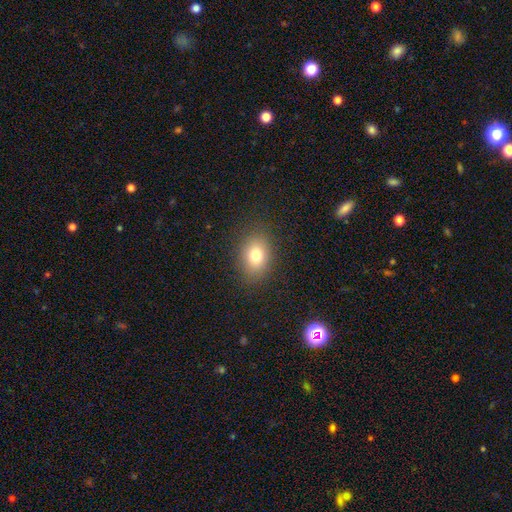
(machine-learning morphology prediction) A smooth galaxy with no disk features (77%) that is in between round and cigar-shaped (68%).

Vote fractions:
- Smooth or featured? smooth: 77% / star or artifact: 12% / featured or disk: 11%
- How rounded? in between: 68% / round: 31% / cigar-shaped: 1%
- Merging? none: 86% / minor disturbance: 9% / major disturbance: 3% / merger: 1%